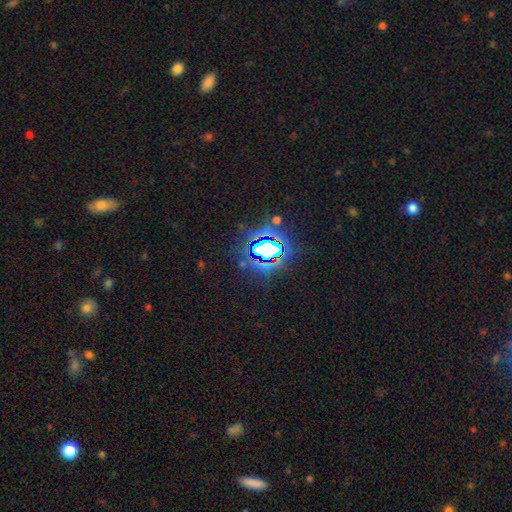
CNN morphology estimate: type=star or artifact (78%).